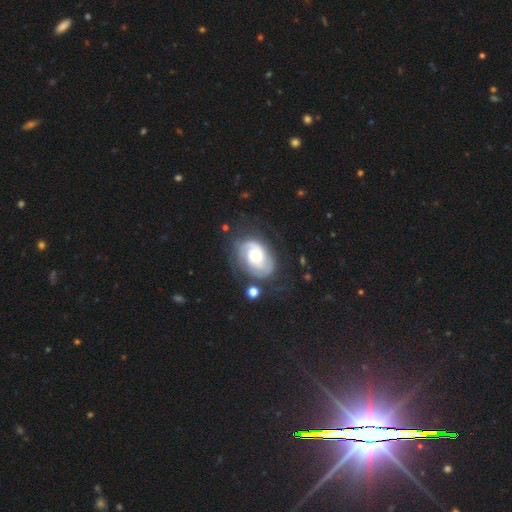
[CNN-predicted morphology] The model was most divided on "spiral winding": tight: 51%, medium: 37%, loose: 12%. Remaining: edge-on disk — no (98%); spiral arms — yes (94%); smooth or featured — featured or disk (80%); spiral arm count — 2 (65%); merging — none (63%); bar — no (62%); bulge size — moderate (46%).